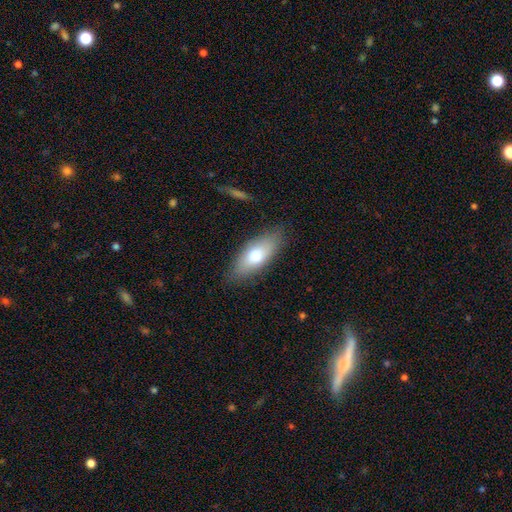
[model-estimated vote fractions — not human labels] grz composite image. It shows a smooth galaxy with no disk features (70%) that is in between round and cigar-shaped (77%). Merging: none (81%).